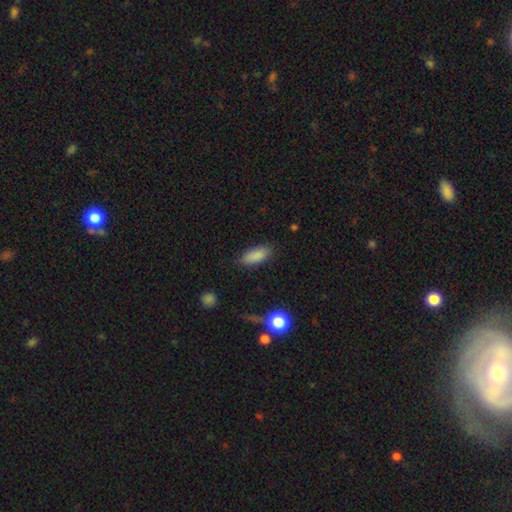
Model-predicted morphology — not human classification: Q: Smooth or featured?
A: smooth (87%); runner-up: star or artifact (8%)
Q: How rounded?
A: in between (80%); runner-up: cigar-shaped (18%)
Q: Merging?
A: none (84%); runner-up: minor disturbance (11%)